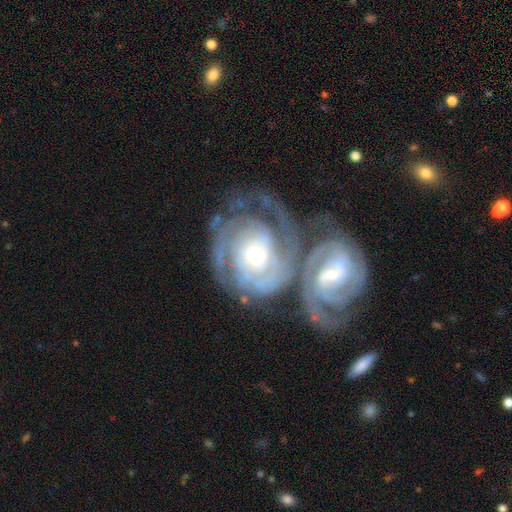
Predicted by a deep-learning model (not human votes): The model was most divided on "spiral arm count": 2: 31%, can't tell: 25%, 3: 24%, 4: 8%, 1: 6%, more than 4: 6%. More confident: edge-on disk — no (97%); spiral arms — yes (97%); smooth or featured — featured or disk (88%); spiral winding — tight (75%); bar — no (65%); merging — merger (57%); bulge size — small (51%).